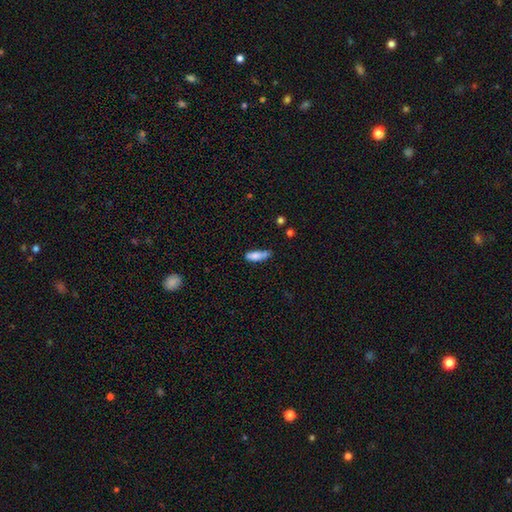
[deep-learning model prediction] smooth_or_featured: smooth (p=0.81) [alt: featured or disk p=0.12]
how_rounded: in between (p=0.56) [alt: cigar-shaped p=0.42]
merging: none (p=0.49) [alt: minor disturbance p=0.35]